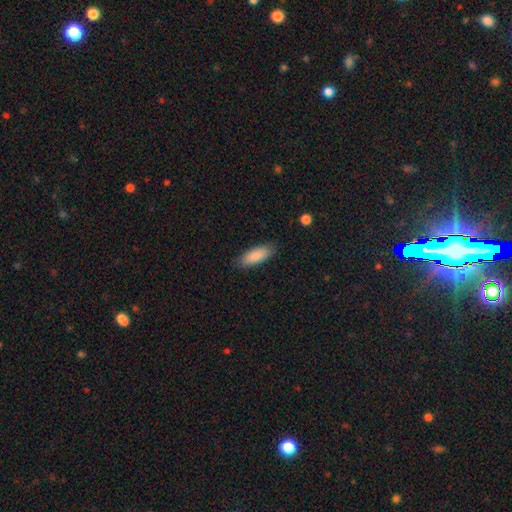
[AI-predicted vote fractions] This is clearly a smooth galaxy (88%). How rounded: likely in between (70%). Merging: clearly none (85%).